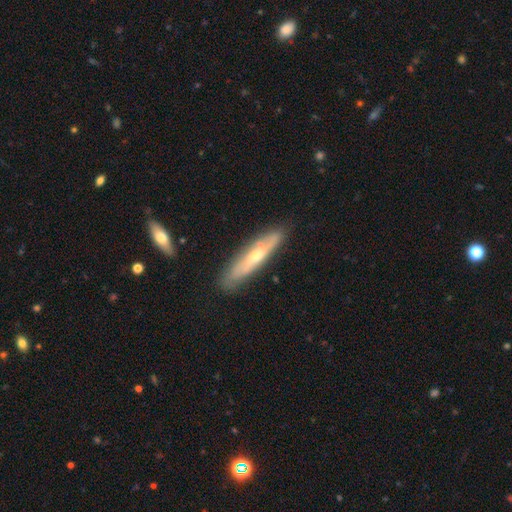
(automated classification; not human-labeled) Smooth or featured? featured or disk (61%)
Edge-on disk? yes (67%)
Merging? none (81%)